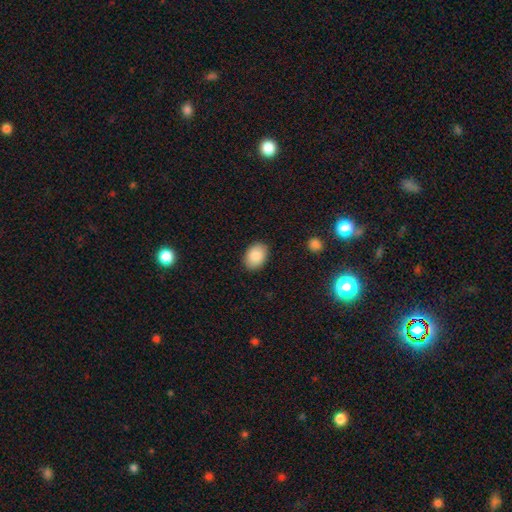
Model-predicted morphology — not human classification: Smooth or featured? smooth (88%)
How rounded? in between (78%)
Merging? none (88%)